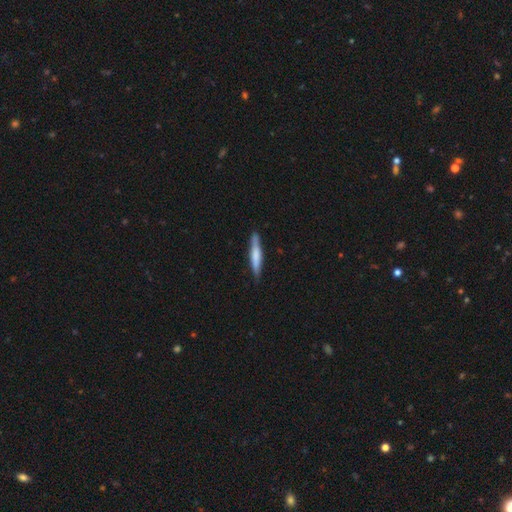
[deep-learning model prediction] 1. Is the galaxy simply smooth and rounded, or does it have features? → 56% smooth, 38% featured or disk, 5% star or artifact.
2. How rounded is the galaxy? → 92% cigar-shaped, 7% in between, 1% round.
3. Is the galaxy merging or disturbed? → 87% none, 10% minor disturbance, 2% major disturbance, 1% merger.